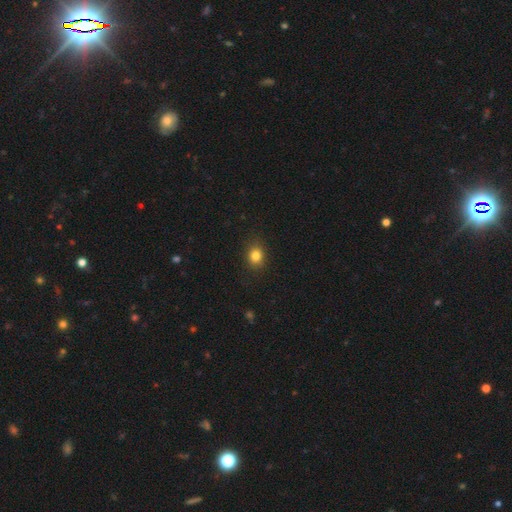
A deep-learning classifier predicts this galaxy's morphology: This appears to be a smooth galaxy with no disk features (83%) that is round (57%). Merging: none (85%).